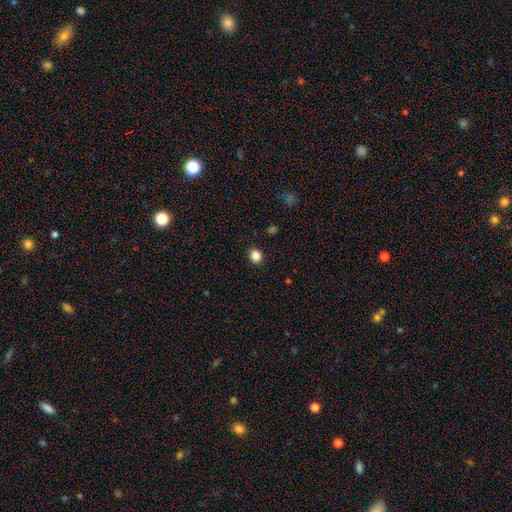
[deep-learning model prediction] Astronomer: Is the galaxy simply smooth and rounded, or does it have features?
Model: smooth — 86%.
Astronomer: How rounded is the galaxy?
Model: round — 69%.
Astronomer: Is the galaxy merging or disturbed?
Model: none — 90%.